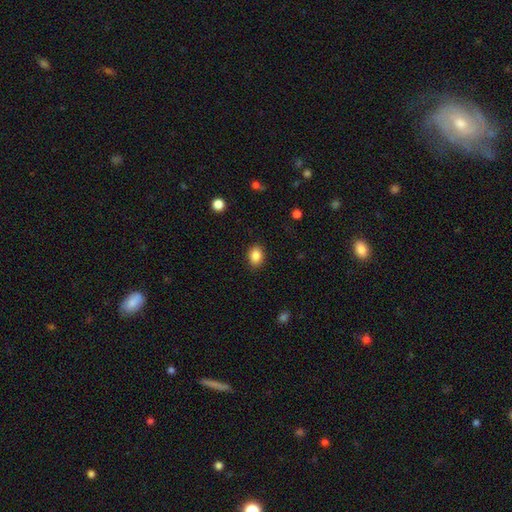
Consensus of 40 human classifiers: Smooth or featured?
  - smooth: 92% *
  - star or artifact: 5%
  - featured or disk: 2%
How rounded?
  - in between: 76% *
  - round: 22%
  - cigar-shaped: 3%
Merging?
  - none: 68% *
  - minor disturbance: 24%
  - major disturbance: 5%
  - merger: 3%